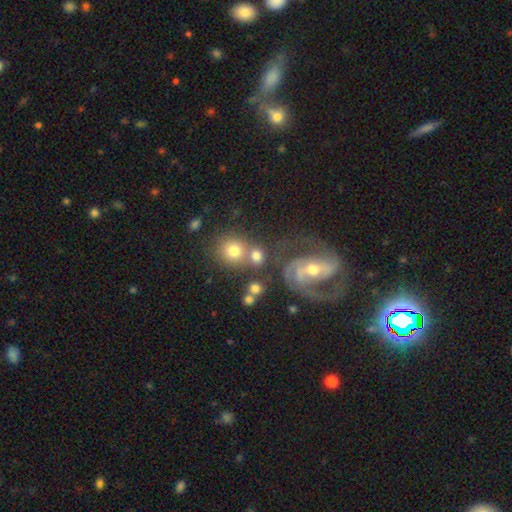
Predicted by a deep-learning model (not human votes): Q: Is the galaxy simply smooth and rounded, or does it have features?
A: smooth — 58%.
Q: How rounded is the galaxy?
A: round — 80%.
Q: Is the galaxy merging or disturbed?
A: none — 52%.